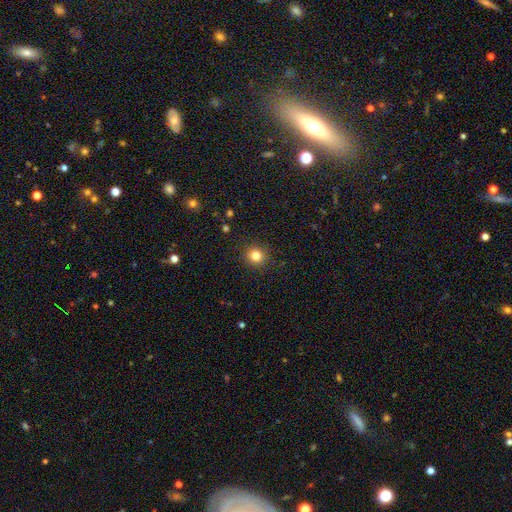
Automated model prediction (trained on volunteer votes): The model was most divided on "smooth or featured": smooth: 82%, star or artifact: 12%, featured or disk: 6%. More confident: merging — none (91%); how rounded — round (91%).